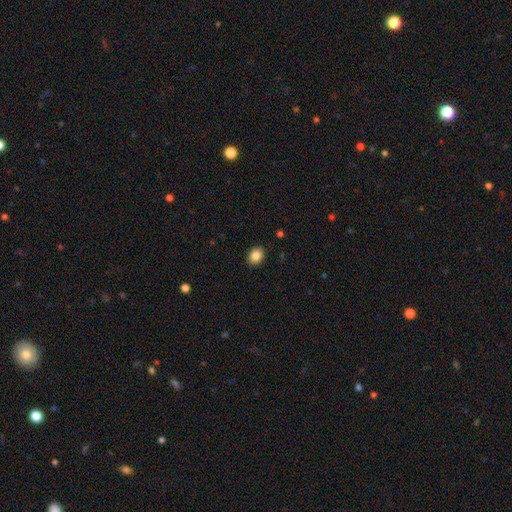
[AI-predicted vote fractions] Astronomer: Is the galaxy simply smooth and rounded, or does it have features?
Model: smooth — 85%.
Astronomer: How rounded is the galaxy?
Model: in between — 63%.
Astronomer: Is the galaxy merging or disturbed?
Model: none — 89%.